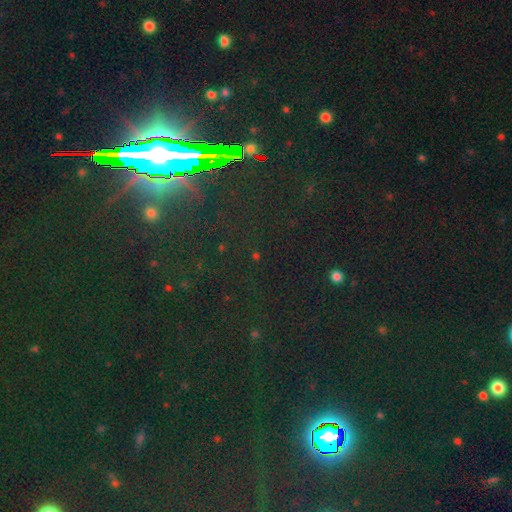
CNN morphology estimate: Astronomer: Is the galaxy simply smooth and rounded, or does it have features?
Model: star or artifact — 75%.